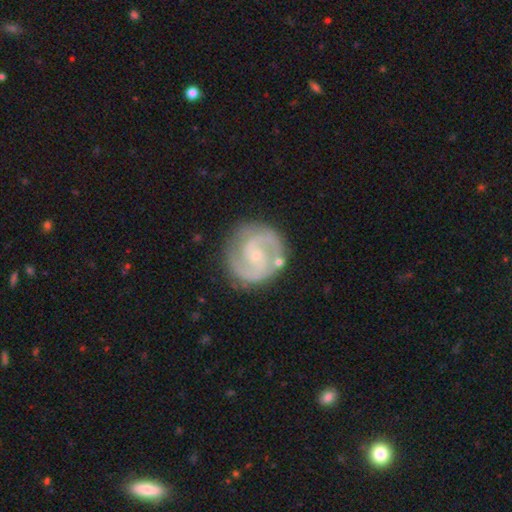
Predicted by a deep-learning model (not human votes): Smooth or featured? featured or disk (88%)
Edge-on disk? no (98%)
Bar? no (50%)
Spiral arms? yes (97%)
Spiral winding? medium (50%)
Spiral arm count? 2 (90%)
Bulge size? small (73%)
Merging? none (81%)